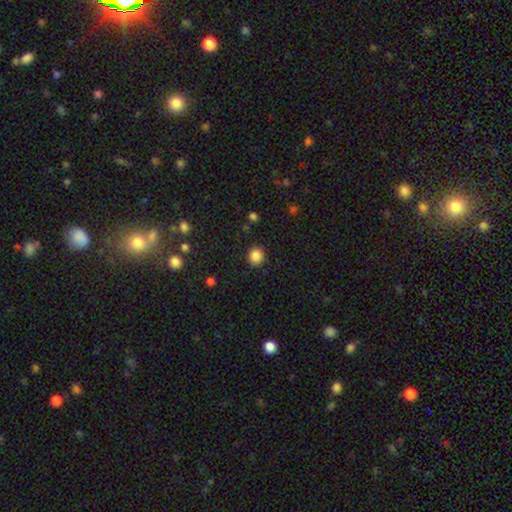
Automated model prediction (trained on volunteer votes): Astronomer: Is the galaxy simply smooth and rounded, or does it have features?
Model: smooth — 86%.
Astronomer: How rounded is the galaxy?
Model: round — 86%.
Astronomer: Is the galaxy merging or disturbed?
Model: none — 90%.